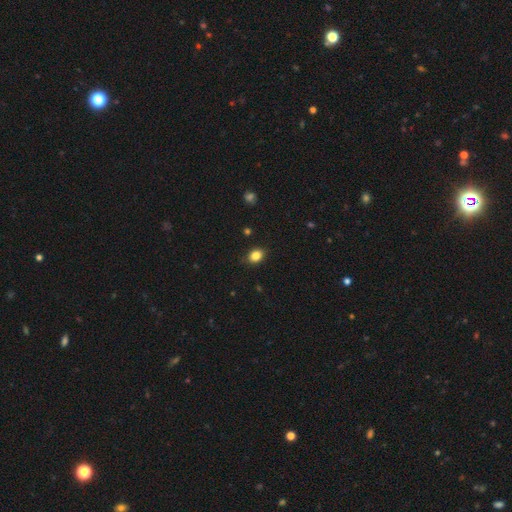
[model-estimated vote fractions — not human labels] smooth-or-featured: smooth: 85% | star or artifact: 10% | featured or disk: 5%
  how-rounded: in between: 57% | round: 42% | cigar-shaped: 1%
  merging: none: 85% | minor disturbance: 11% | major disturbance: 2% | merger: 1%